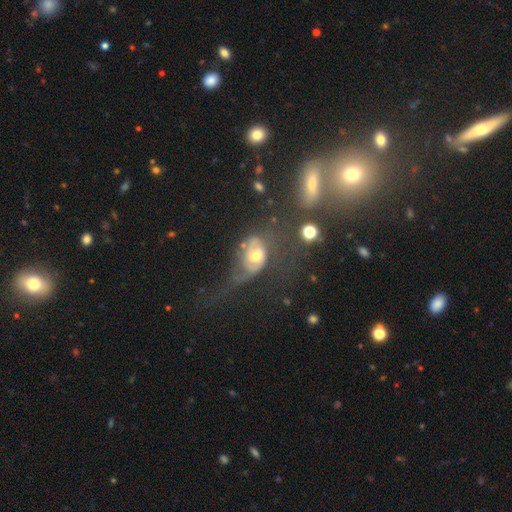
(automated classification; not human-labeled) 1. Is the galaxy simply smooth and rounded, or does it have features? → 58% featured or disk, 32% smooth, 10% star or artifact.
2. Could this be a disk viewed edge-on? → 91% no, 9% yes.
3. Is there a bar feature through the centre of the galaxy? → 76% no, 19% weak, 5% strong.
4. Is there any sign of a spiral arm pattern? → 55% yes, 45% no.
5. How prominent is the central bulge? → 70% moderate, 14% small, 12% large, 2% dominant, 2% none.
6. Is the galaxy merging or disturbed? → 45% major disturbance, 26% none, 20% minor disturbance, 9% merger.